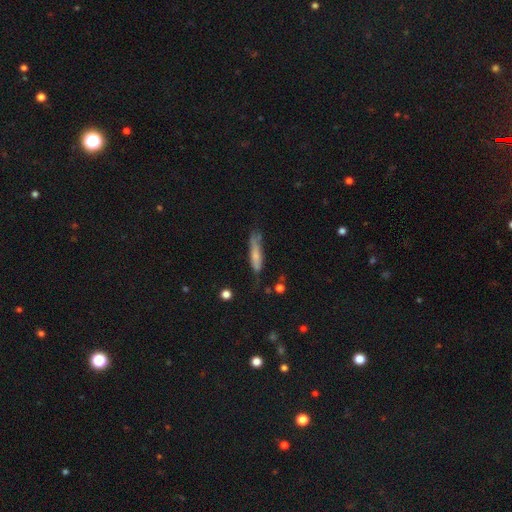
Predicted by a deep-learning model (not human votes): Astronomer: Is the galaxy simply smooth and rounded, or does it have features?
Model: smooth — 65%.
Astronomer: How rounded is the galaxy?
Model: cigar-shaped — 78%.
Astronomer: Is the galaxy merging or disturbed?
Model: none — 50% (runner-up: minor disturbance, 32%).